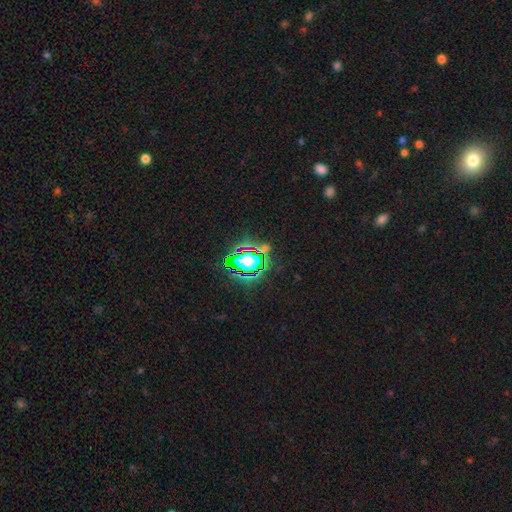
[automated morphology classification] A star or artifact, not a galaxy (76%).

Vote fractions:
- Smooth or featured? star or artifact: 76% / smooth: 15% / featured or disk: 8%